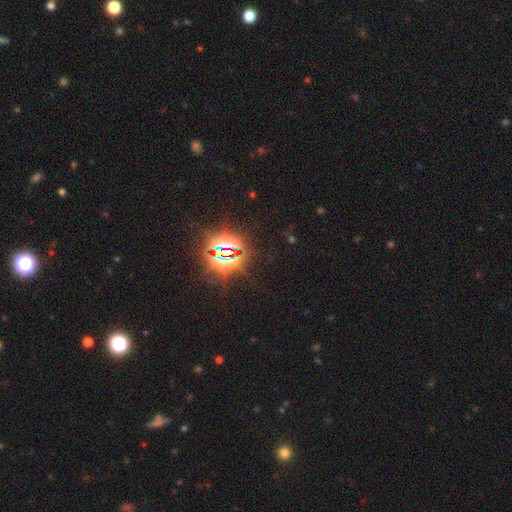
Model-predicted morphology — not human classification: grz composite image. It shows a star or artifact, not a galaxy (81%).